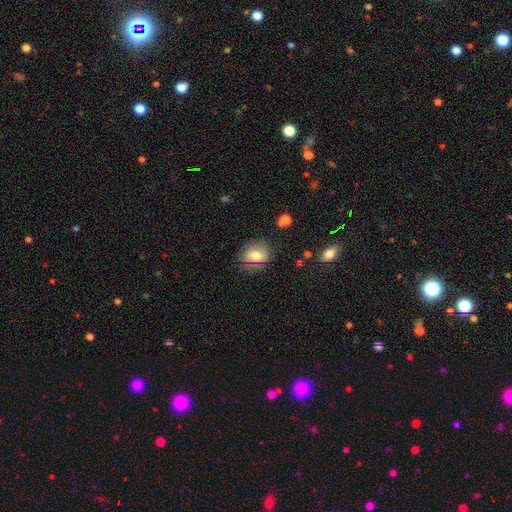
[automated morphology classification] A smooth galaxy with no disk features (66%) that is round (54%). Merging: none (74%).